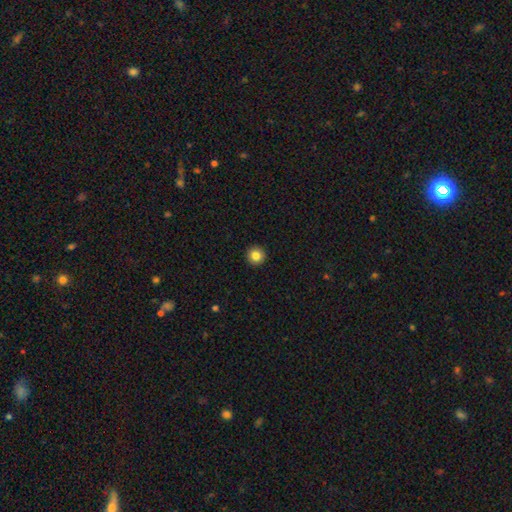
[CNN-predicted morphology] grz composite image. It shows a smooth galaxy with no disk features (84%) that is round (96%). Merging: none (94%).